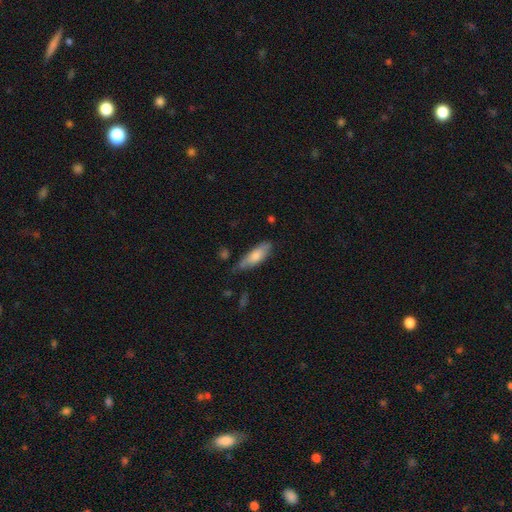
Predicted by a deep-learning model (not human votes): smooth-or-featured: smooth: 76% | featured or disk: 19% | star or artifact: 6%
  how-rounded: in between: 59% | cigar-shaped: 39% | round: 2%
  merging: none: 67% | minor disturbance: 25% | major disturbance: 5% | merger: 2%